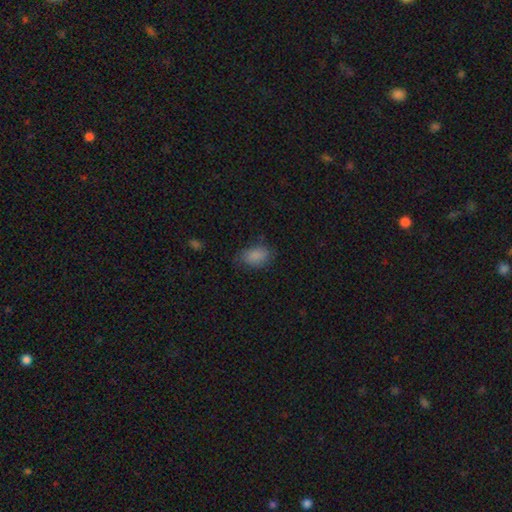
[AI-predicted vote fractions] A smooth galaxy with no disk features (85%) that is in between round and cigar-shaped (87%). Merging: none (69%).